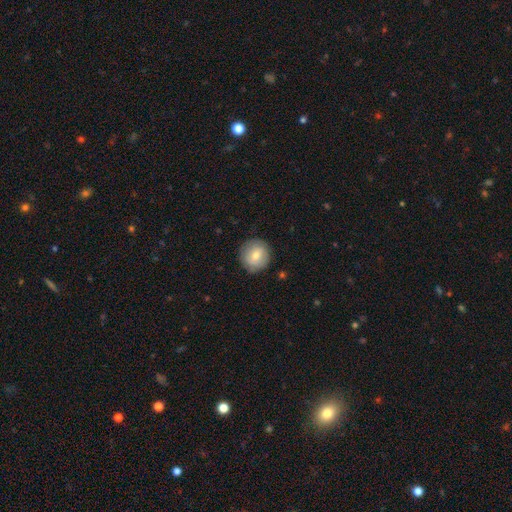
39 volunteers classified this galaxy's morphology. Overall: smooth (74%). How rounded: round (97%). Merging: none (84%).